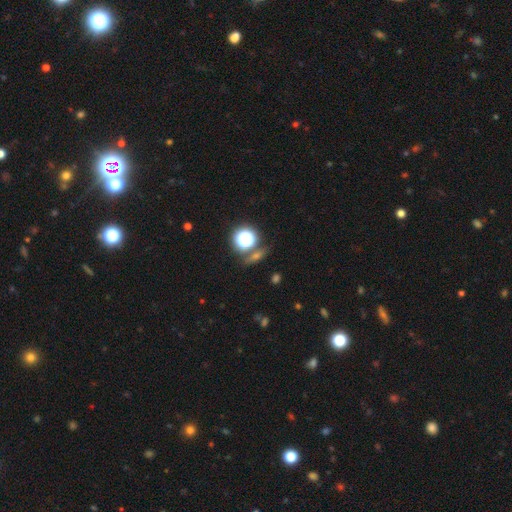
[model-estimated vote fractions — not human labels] smooth-or-featured: star or artifact: 45% | smooth: 37% | featured or disk: 17%